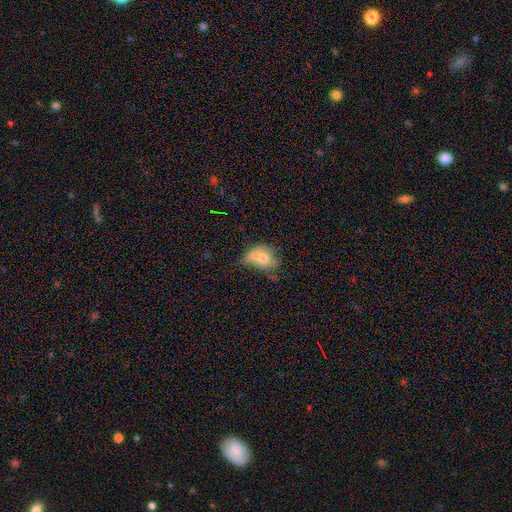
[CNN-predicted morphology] type=smooth (61%); roundness=in between (67%); merging=minor disturbance (30%).